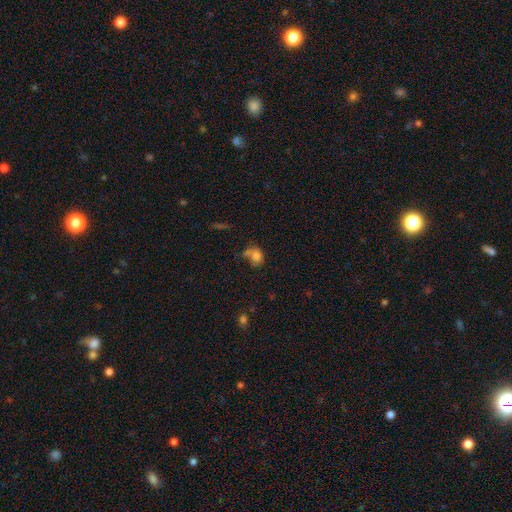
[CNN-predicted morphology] This appears to be a smooth galaxy with no disk features (78%) that is in between round and cigar-shaped (57%). Merging: none (40%).